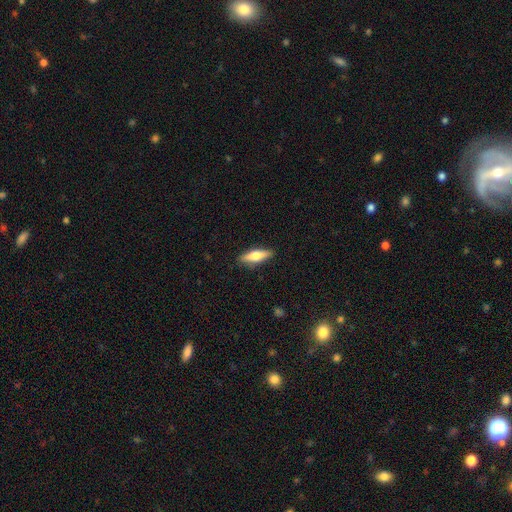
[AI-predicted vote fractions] A smooth galaxy with no disk features (59%) that is cigar-shaped (55%). Merging: none (88%).